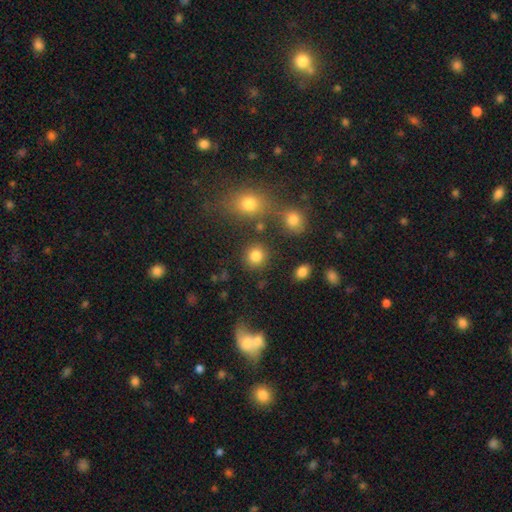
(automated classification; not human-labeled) Q: Smooth or featured?
A: smooth (82%); runner-up: star or artifact (12%)
Q: How rounded?
A: round (89%); runner-up: in between (10%)
Q: Merging?
A: none (83%); runner-up: minor disturbance (8%)